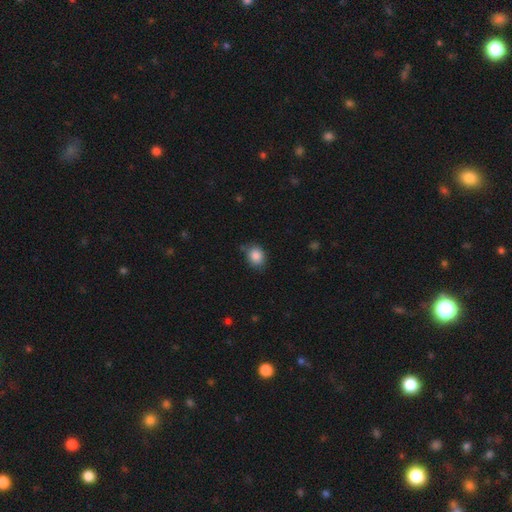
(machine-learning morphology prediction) A smooth galaxy with no disk features (86%) that is round (59%).

Vote fractions:
- Smooth or featured? smooth: 86% / star or artifact: 9% / featured or disk: 5%
- How rounded? round: 59% / in between: 40% / cigar-shaped: 1%
- Merging? none: 74% / minor disturbance: 19% / major disturbance: 4% / merger: 3%